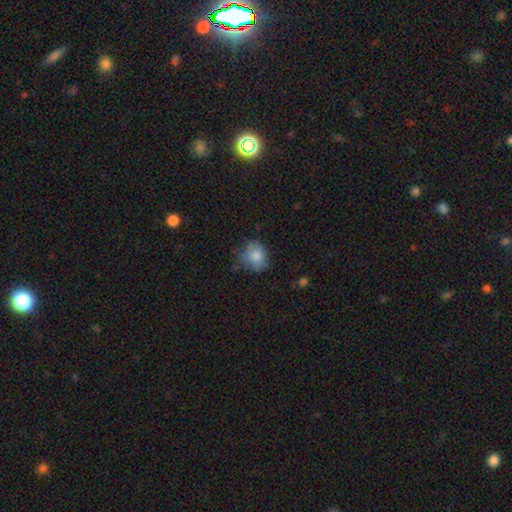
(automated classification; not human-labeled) This is likely a smooth galaxy (79%). How rounded: likely round (65%). Merging: possibly none (59%).